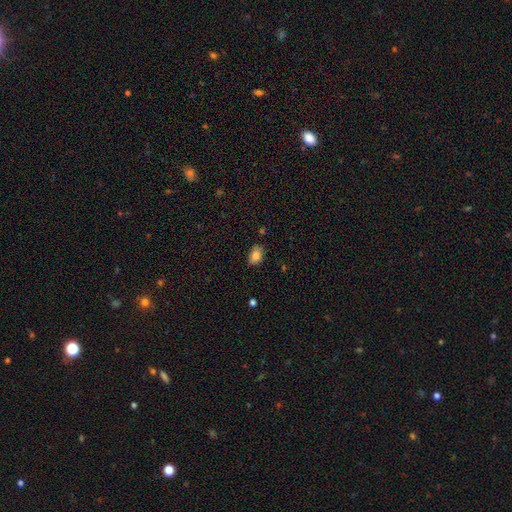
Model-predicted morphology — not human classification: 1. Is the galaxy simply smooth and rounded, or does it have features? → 83% smooth, 9% star or artifact, 8% featured or disk.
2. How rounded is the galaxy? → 81% in between, 18% round, 1% cigar-shaped.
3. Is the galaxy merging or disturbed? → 76% none, 19% minor disturbance, 3% major disturbance, 2% merger.